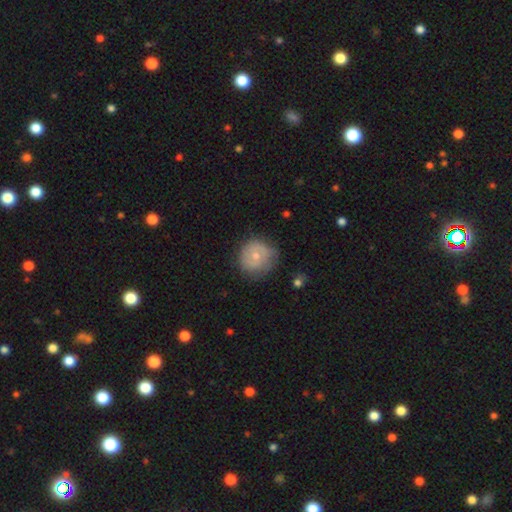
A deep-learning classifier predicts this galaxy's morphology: smooth_or_featured: featured or disk (p=0.49) [alt: smooth p=0.44]
merging: none (p=0.62) [alt: minor disturbance p=0.27]